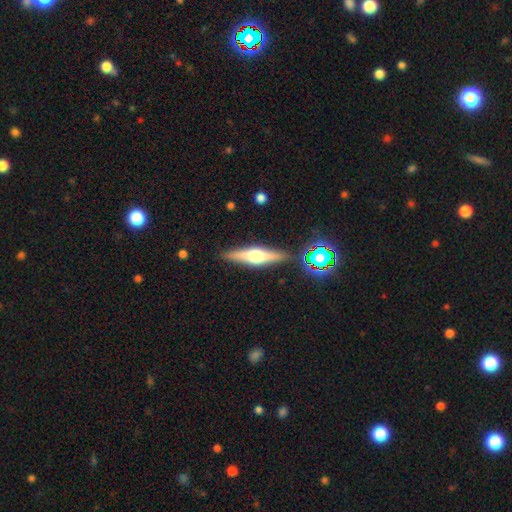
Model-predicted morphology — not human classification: smooth_or_featured: featured or disk (p=0.65) [alt: smooth p=0.28]
disk_edge_on: yes (p=0.96) [alt: no p=0.04]
edge_on_bulge: rounded (p=0.93) [alt: boxy p=0.05]
merging: none (p=0.86) [alt: minor disturbance p=0.08]